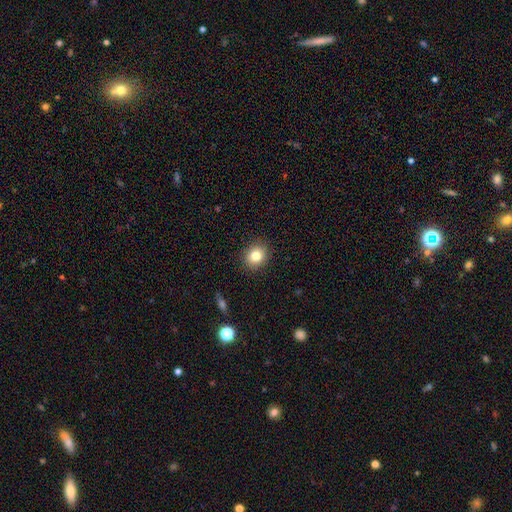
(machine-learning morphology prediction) Smooth or featured? smooth (82%)
How rounded? round (68%)
Merging? none (89%)